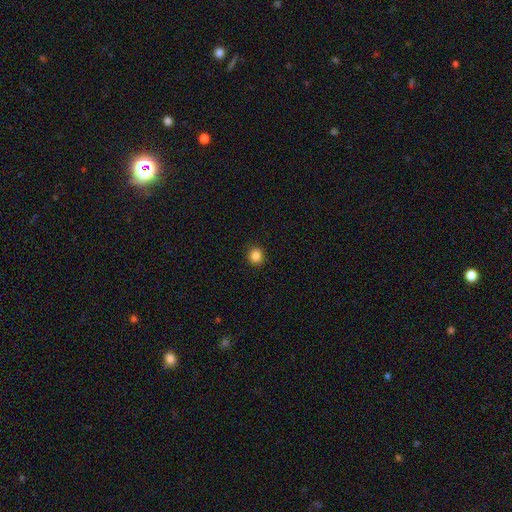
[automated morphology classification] Q: Smooth or featured?
A: smooth (86%); runner-up: star or artifact (11%)
Q: How rounded?
A: round (87%); runner-up: in between (12%)
Q: Merging?
A: none (92%); runner-up: minor disturbance (6%)